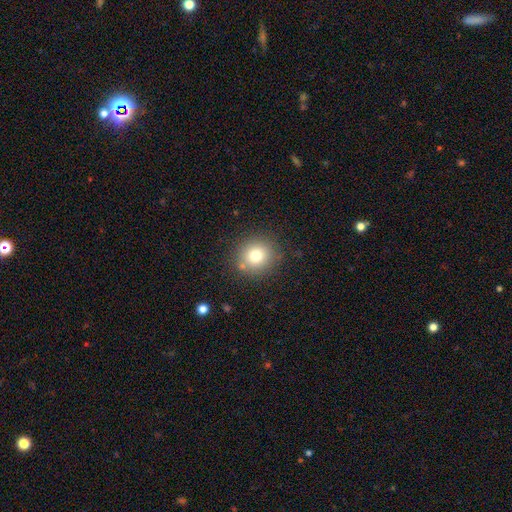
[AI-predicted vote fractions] smooth 75%, star or artifact 13%, featured or disk 11%. Down the decision tree: how rounded — round (90%); merging — none (83%).